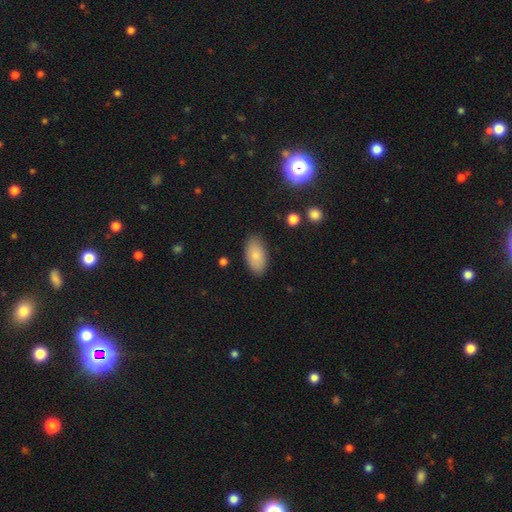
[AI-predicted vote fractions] Overall: smooth (81%). How rounded: in between (94%). Merging: none (85%).